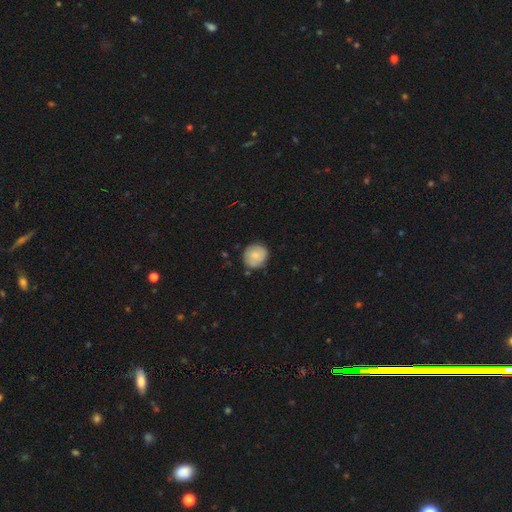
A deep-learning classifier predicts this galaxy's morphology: Overall: smooth (80%). How rounded: round (83%). Merging: none (80%).